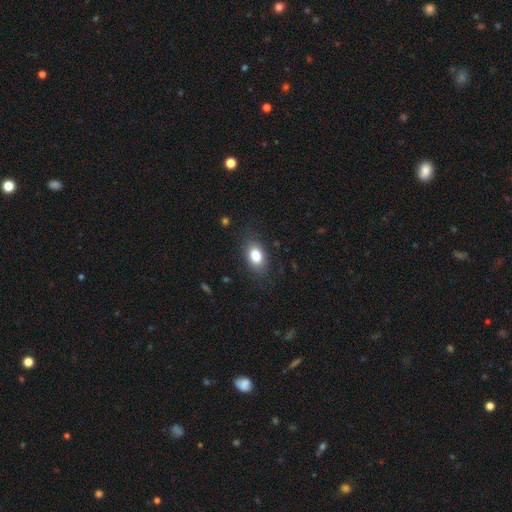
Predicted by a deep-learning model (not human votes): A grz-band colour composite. It shows a smooth galaxy with no disk features (82%) that is in between round and cigar-shaped (86%). Merging: none (80%).